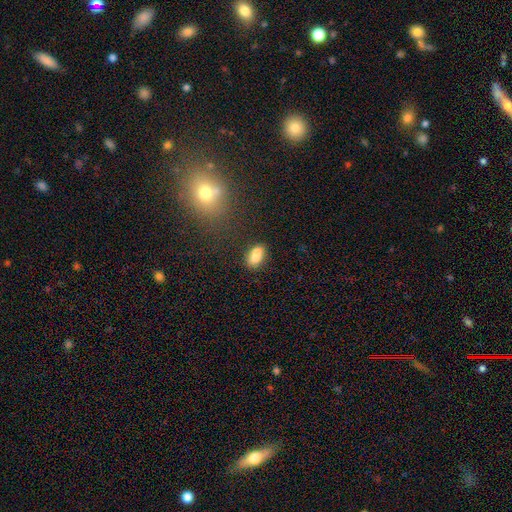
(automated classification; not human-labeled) A smooth galaxy with no disk features (68%) that is in between round and cigar-shaped (71%).

Vote fractions:
- Smooth or featured? smooth: 68% / featured or disk: 21% / star or artifact: 10%
- How rounded? in between: 71% / round: 26% / cigar-shaped: 3%
- Merging? merger: 56% / none: 30% / minor disturbance: 10% / major disturbance: 4%